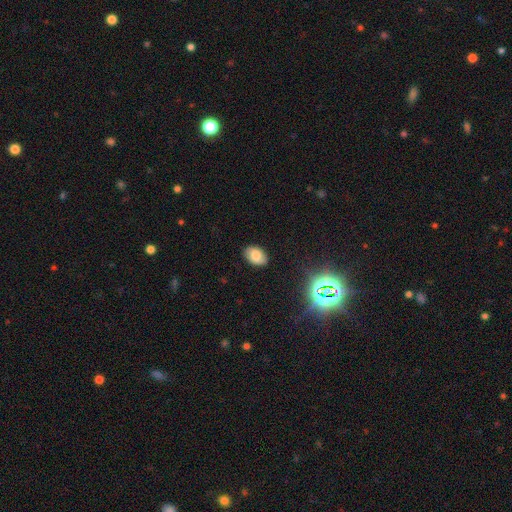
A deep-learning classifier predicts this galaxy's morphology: A smooth galaxy with no disk features (74%) that is in between round and cigar-shaped (86%). Merging: none (85%).